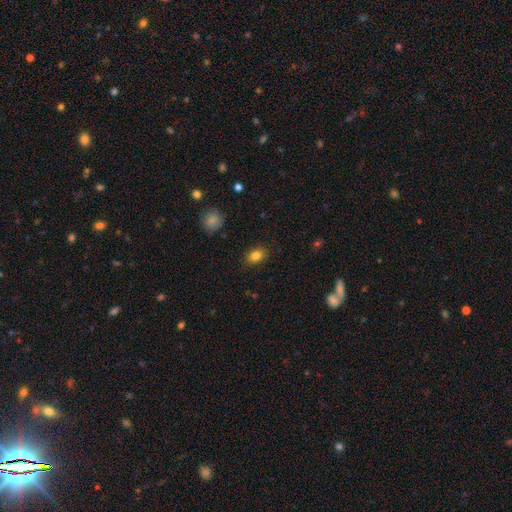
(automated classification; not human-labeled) Morphology: type=smooth (83%); roundness=in between (69%); merging=none (86%).